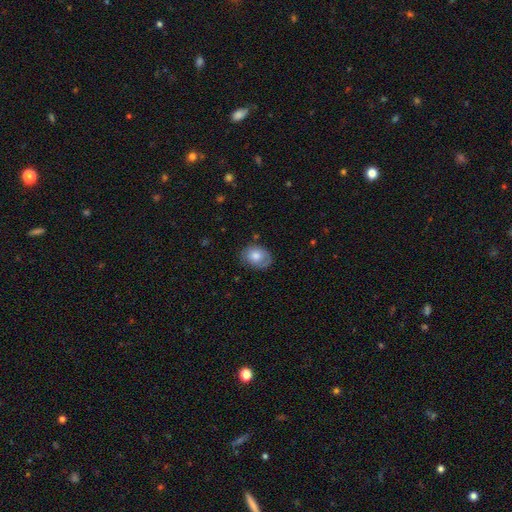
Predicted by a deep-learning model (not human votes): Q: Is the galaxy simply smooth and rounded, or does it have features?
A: smooth — 73%.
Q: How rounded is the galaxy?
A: in between — 59%.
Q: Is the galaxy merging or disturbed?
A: none — 73%.